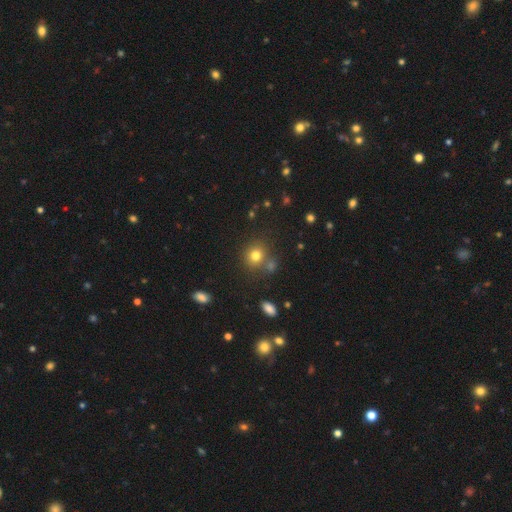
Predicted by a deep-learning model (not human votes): A smooth galaxy with no disk features (77%) that is round (82%). Merging: none (73%).